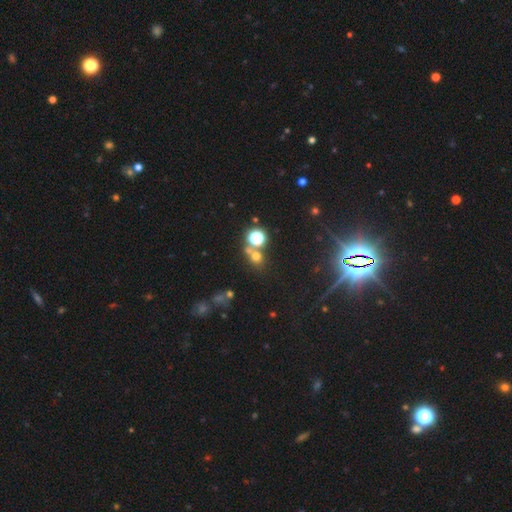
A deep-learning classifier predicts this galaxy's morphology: Overall: smooth (57%; star or artifact 32%). How rounded: round (83%). Merging: none (62%; merger 25%).